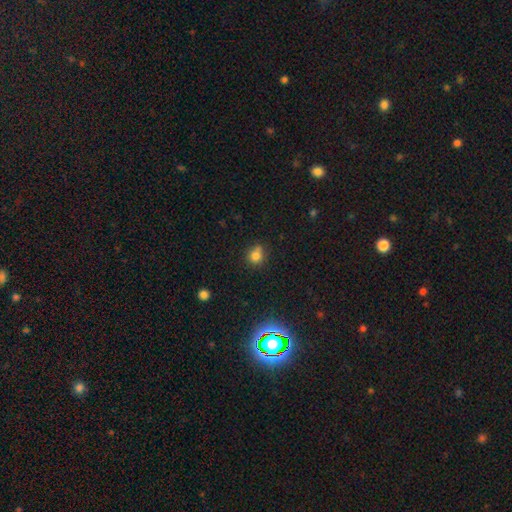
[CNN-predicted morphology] Smooth or featured: smooth — 77% (star or artifact — 15%)
How rounded: round — 81% (in between — 18%)
Merging: none — 61% (minor disturbance — 19%)